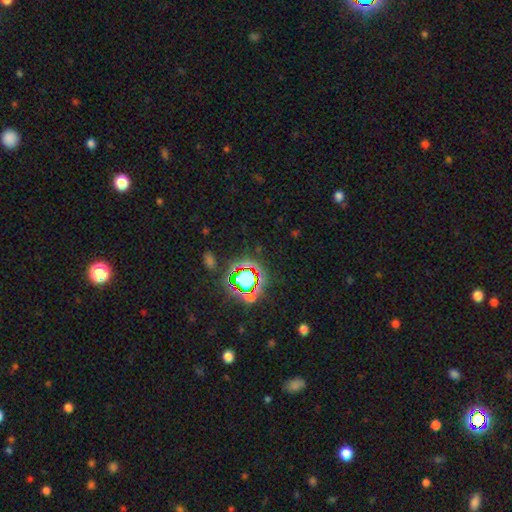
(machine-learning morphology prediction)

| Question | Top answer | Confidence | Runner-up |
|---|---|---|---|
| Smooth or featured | star or artifact | 79% | smooth (13%) |